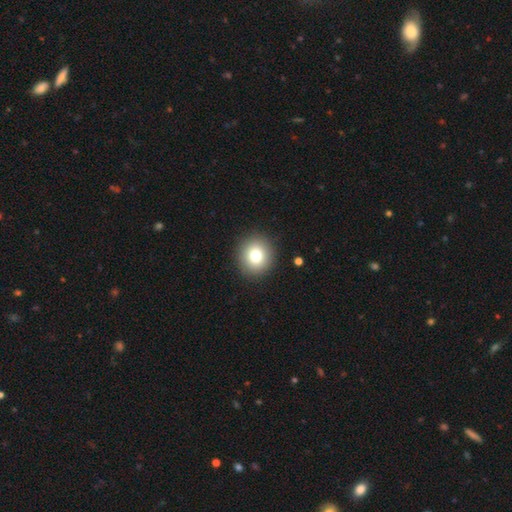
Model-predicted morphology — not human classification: Smooth or featured: smooth — 78% (star or artifact — 11%)
How rounded: round — 87% (in between — 12%)
Merging: none — 91% (minor disturbance — 6%)